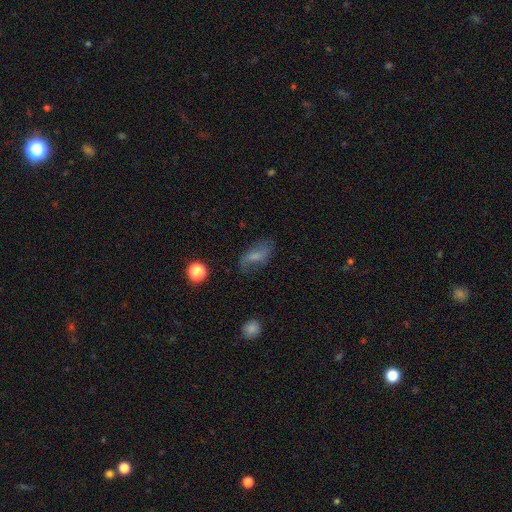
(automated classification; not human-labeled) Morphology: type=smooth (51%); roundness=in between (81%); merging=none (66%).